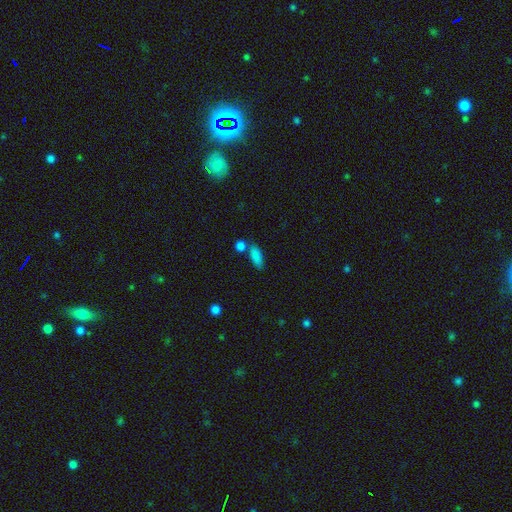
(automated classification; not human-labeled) smooth_or_featured: smooth (p=0.85) [alt: star or artifact p=0.09]
how_rounded: in between (p=0.72) [alt: cigar-shaped p=0.23]
merging: none (p=0.61) [alt: merger p=0.22]